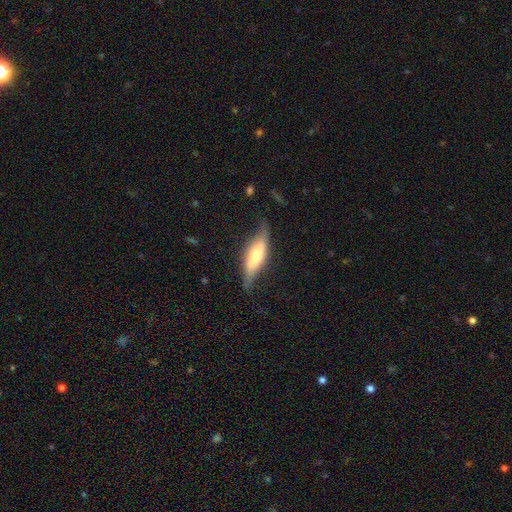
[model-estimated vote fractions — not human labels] Q: Smooth or featured?
A: featured or disk (51%); runner-up: smooth (43%)
Q: Edge-on disk?
A: yes (71%); runner-up: no (29%)
Q: Merging?
A: none (64%); runner-up: minor disturbance (26%)